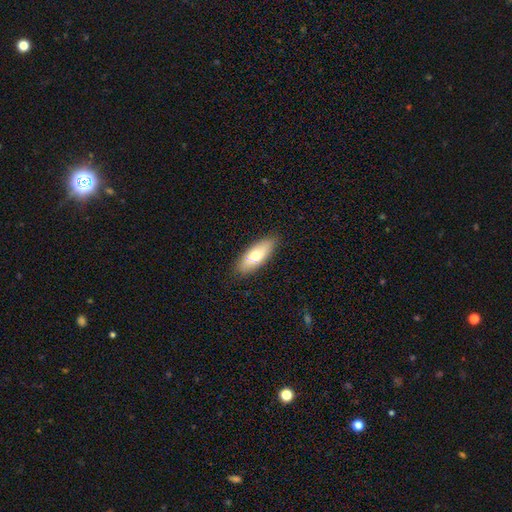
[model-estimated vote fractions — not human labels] Q: Smooth or featured?
A: smooth (69%); runner-up: featured or disk (25%)
Q: How rounded?
A: in between (69%); runner-up: cigar-shaped (28%)
Q: Merging?
A: none (87%); runner-up: minor disturbance (10%)